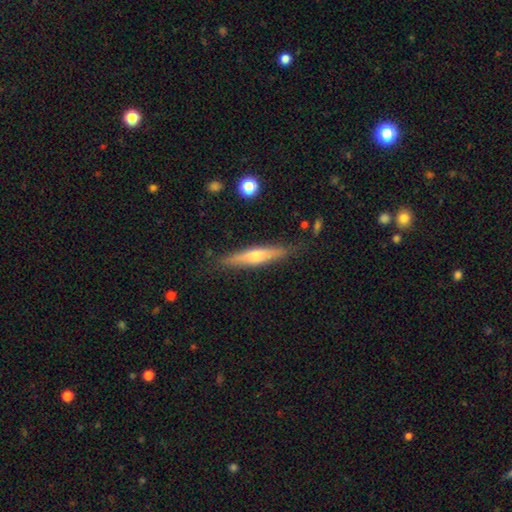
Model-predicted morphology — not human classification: smooth_or_featured: featured or disk (p=0.54) [alt: smooth p=0.40]
disk_edge_on: yes (p=0.94) [alt: no p=0.06]
edge_on_bulge: rounded (p=0.84) [alt: none p=0.11]
merging: none (p=0.85) [alt: minor disturbance p=0.11]